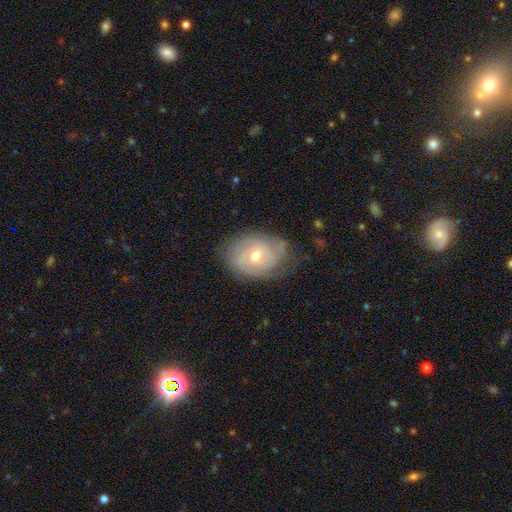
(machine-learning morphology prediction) The model was most divided on "spiral arm count": can't tell: 33%, 3: 25%, 2: 24%, 4: 9%, 1: 4%, more than 4: 4%. More confident: edge-on disk — no (96%); spiral arms — yes (93%); smooth or featured — featured or disk (80%); merging — none (72%); bar — no (70%); spiral winding — tight (68%); bulge size — moderate (59%).